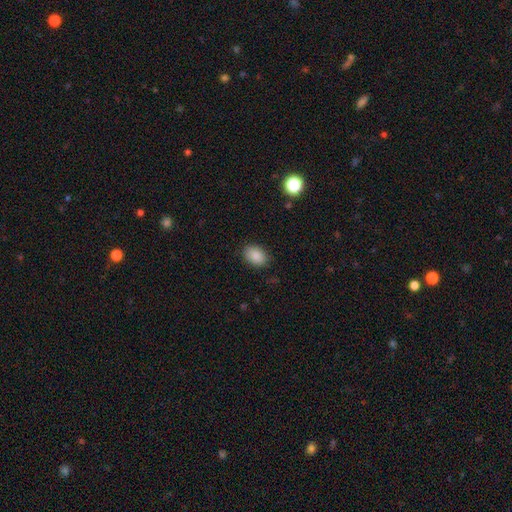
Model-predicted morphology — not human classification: This is clearly a smooth galaxy (88%). How rounded: likely in between (80%). Merging: clearly none (86%).